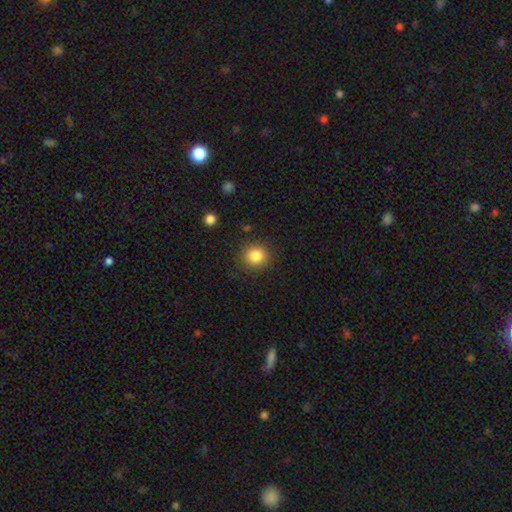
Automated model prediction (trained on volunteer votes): The model was most divided on "smooth or featured": smooth: 84%, star or artifact: 11%, featured or disk: 6%. More confident: how rounded — round (90%); merging — none (88%).